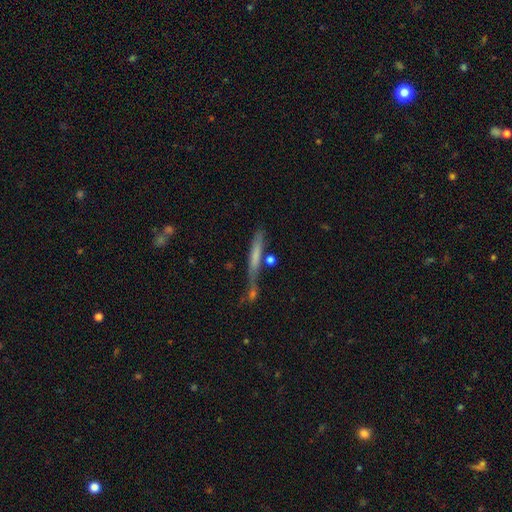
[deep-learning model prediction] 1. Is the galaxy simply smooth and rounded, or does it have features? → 54% smooth, 37% featured or disk, 9% star or artifact.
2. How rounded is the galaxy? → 91% cigar-shaped, 7% in between, 2% round.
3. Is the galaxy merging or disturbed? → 49% none, 20% minor disturbance, 20% merger, 11% major disturbance.